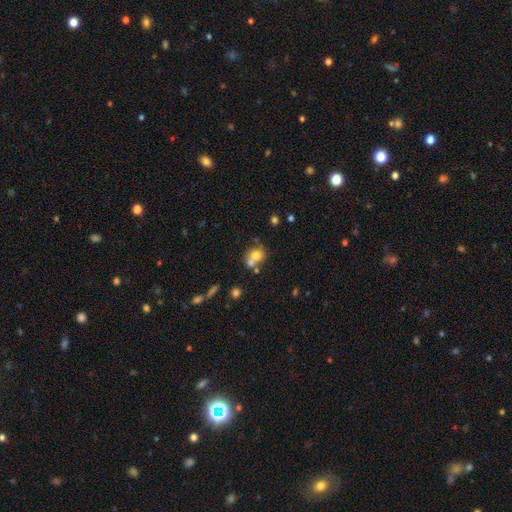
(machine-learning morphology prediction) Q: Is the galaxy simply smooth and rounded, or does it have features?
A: smooth — 69%.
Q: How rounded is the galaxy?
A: round — 78%.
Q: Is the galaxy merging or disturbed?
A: merger — 46%.